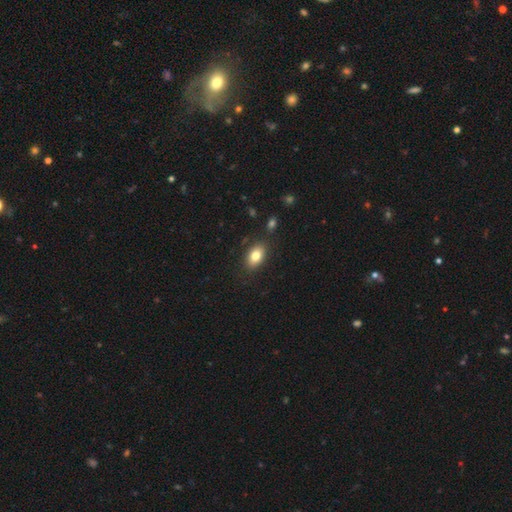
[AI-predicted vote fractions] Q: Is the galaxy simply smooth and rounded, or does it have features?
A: smooth — 81%.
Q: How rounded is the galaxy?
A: in between — 88%.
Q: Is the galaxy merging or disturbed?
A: none — 85%.